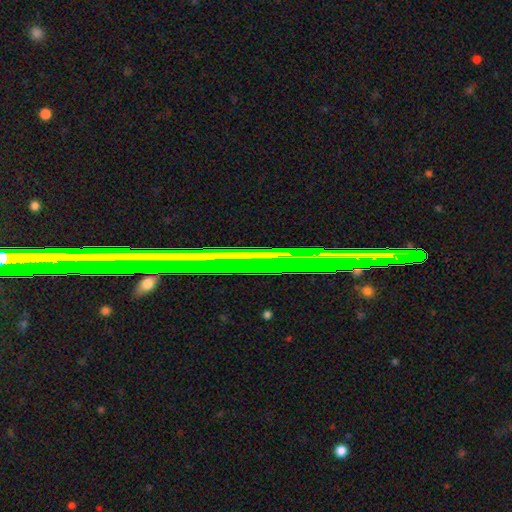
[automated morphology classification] Smooth or featured: star or artifact — 68% (featured or disk — 22%)